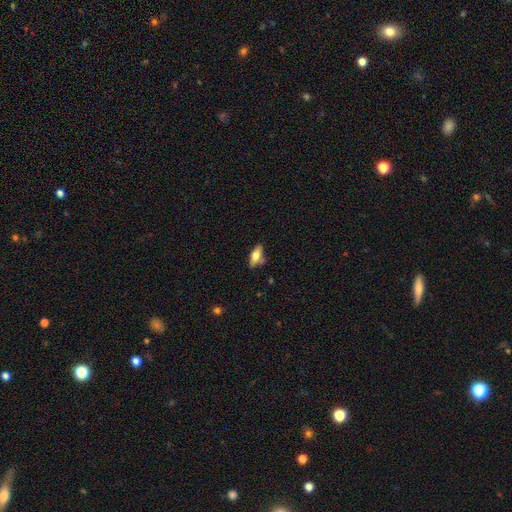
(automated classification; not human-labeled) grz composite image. It shows a smooth galaxy with no disk features (69%) that is in between round and cigar-shaped (77%). Merging: none (70%).